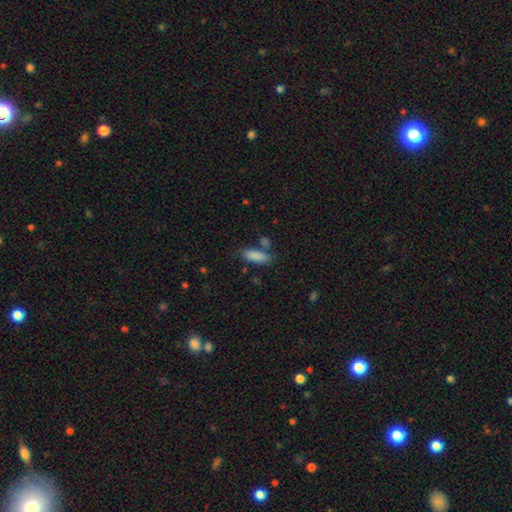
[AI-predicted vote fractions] Smooth or featured?
  - smooth: 88% *
  - star or artifact: 7%
  - featured or disk: 6%
How rounded?
  - in between: 64% *
  - cigar-shaped: 34%
  - round: 2%
Merging?
  - none: 73% *
  - minor disturbance: 13%
  - merger: 10%
  - major disturbance: 4%